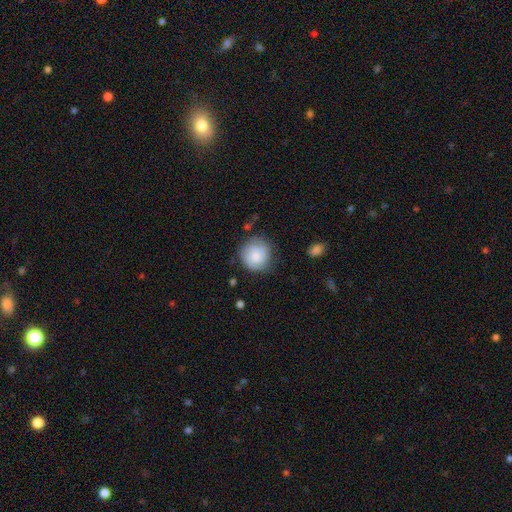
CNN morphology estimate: smooth 65%, featured or disk 27%, star or artifact 8%. Down the decision tree: how rounded — round (90%); merging — none (72%).